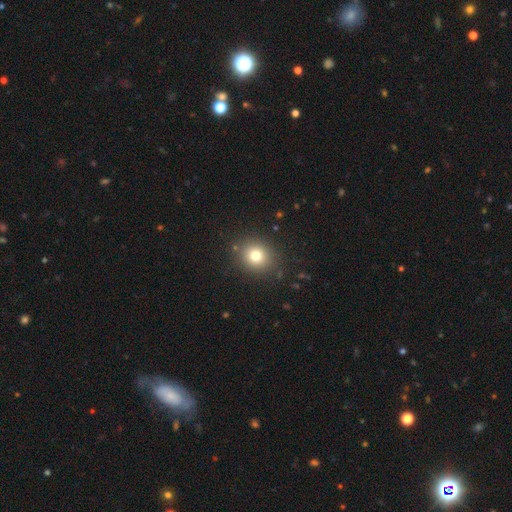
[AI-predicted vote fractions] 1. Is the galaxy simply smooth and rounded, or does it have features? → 78% smooth, 14% star or artifact, 9% featured or disk.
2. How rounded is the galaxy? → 79% round, 20% in between, 1% cigar-shaped.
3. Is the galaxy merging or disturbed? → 87% none, 8% minor disturbance, 3% major disturbance, 2% merger.